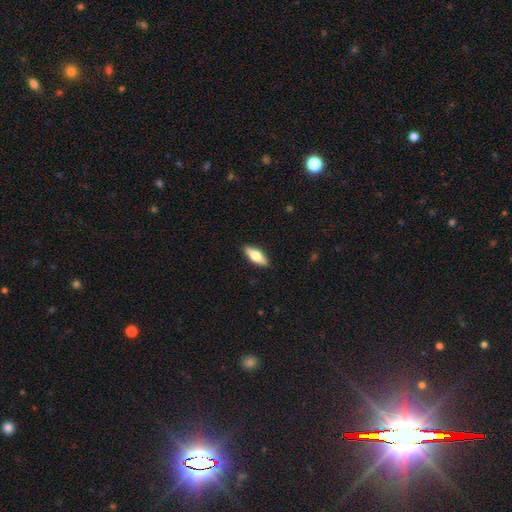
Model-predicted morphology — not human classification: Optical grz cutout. It shows a smooth galaxy with no disk features (53%) that is in between round and cigar-shaped (59%). Merging: none (89%).